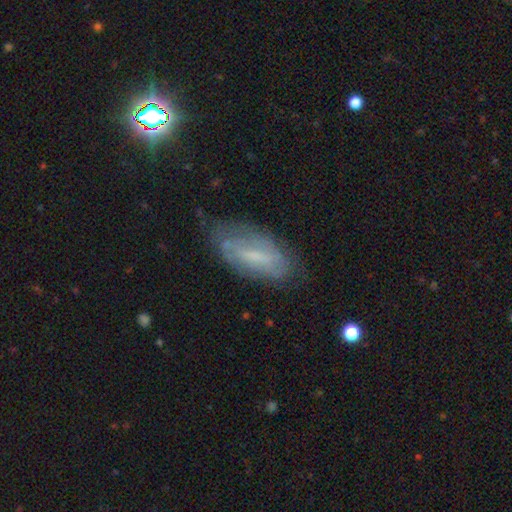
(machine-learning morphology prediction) This is possibly a featured or disk galaxy (51%). It is clearly not viewed edge-on (85%). Merging: likely none (65%).